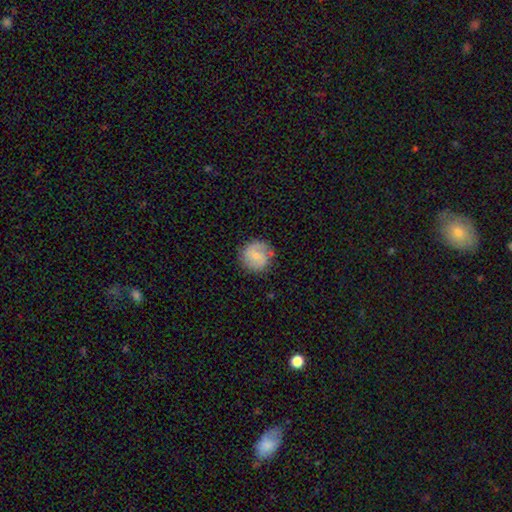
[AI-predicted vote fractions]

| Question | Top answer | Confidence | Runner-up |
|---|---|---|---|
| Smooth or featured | smooth | 60% | featured or disk (33%) |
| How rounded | round | 93% | in between (6%) |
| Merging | none | 79% | minor disturbance (15%) |